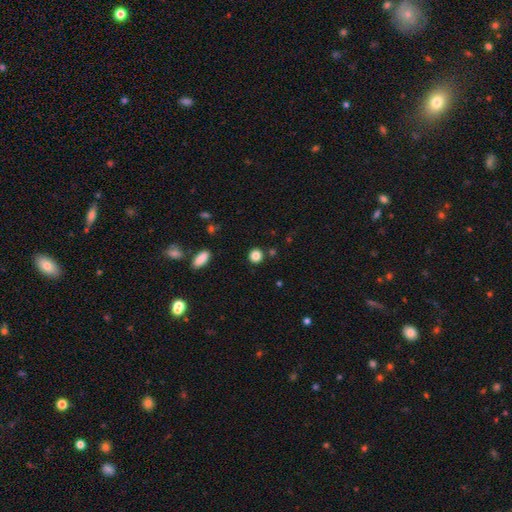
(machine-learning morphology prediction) smooth 84%, star or artifact 11%, featured or disk 4%. Down the decision tree: how rounded — round (90%); merging — none (88%).